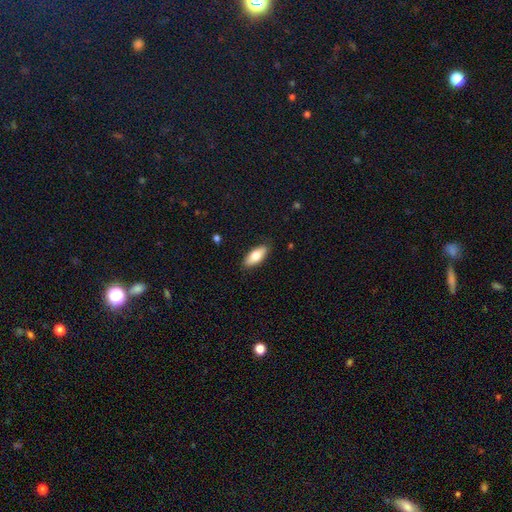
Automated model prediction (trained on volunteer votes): A smooth galaxy with no disk features (77%) that is in between round and cigar-shaped (81%). Merging: none (87%).